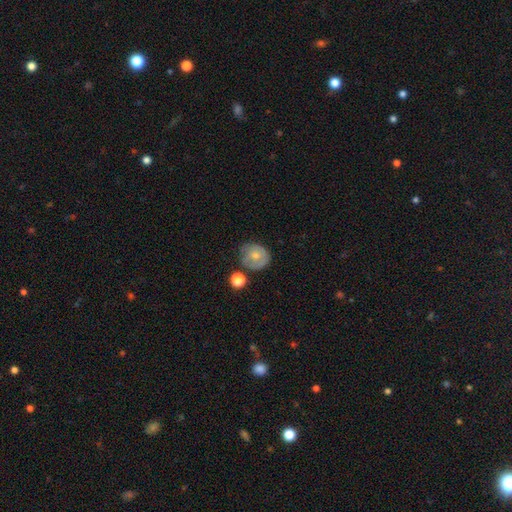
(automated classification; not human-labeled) smooth_or_featured: smooth (p=0.60) [alt: featured or disk p=0.31]
how_rounded: round (p=0.78) [alt: in between p=0.21]
merging: none (p=0.58) [alt: minor disturbance p=0.26]